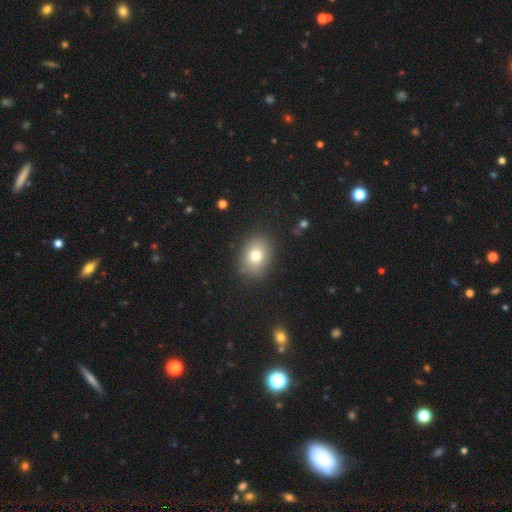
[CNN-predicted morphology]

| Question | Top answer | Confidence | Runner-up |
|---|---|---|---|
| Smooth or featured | smooth | 76% | featured or disk (13%) |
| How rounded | in between | 67% | round (32%) |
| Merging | none | 85% | minor disturbance (10%) |